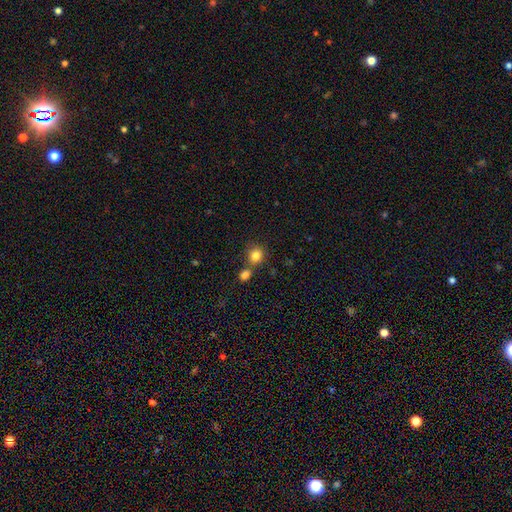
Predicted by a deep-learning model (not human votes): Smooth or featured? Predicted: smooth (p=0.82). How rounded? Predicted: round (p=0.80). Merging? Predicted: none (p=0.63).